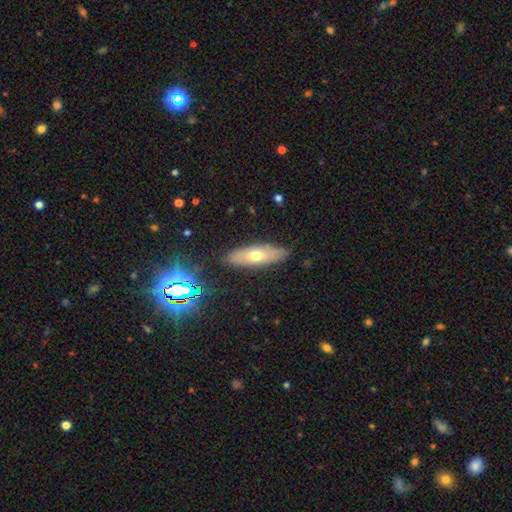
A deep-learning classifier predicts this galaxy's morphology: Smooth or featured? Predicted: smooth (p=0.56). How rounded? Predicted: in between (p=0.57). Merging? Predicted: none (p=0.85).